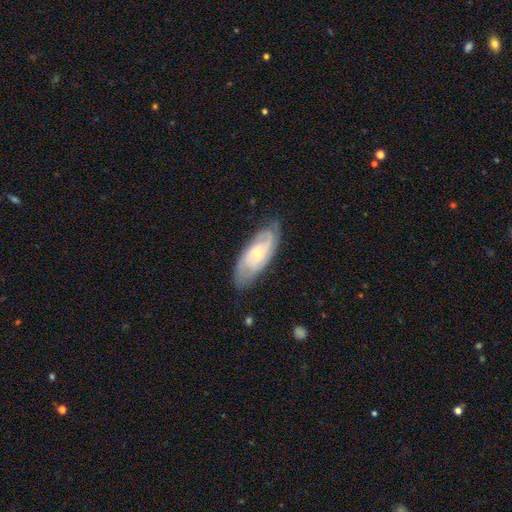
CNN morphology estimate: smooth_or_featured: featured or disk (p=0.69) [alt: smooth p=0.24]
disk_edge_on: no (p=0.87) [alt: yes p=0.13]
bar: no (p=0.66) [alt: weak p=0.28]
has_spiral_arms: yes (p=0.90) [alt: no p=0.10]
spiral_winding: tight (p=0.53) [alt: medium p=0.35]
spiral_arm_count: 2 (p=0.44) [alt: can't tell p=0.33]
bulge_size: small (p=0.57) [alt: moderate p=0.38]
merging: none (p=0.79) [alt: minor disturbance p=0.16]